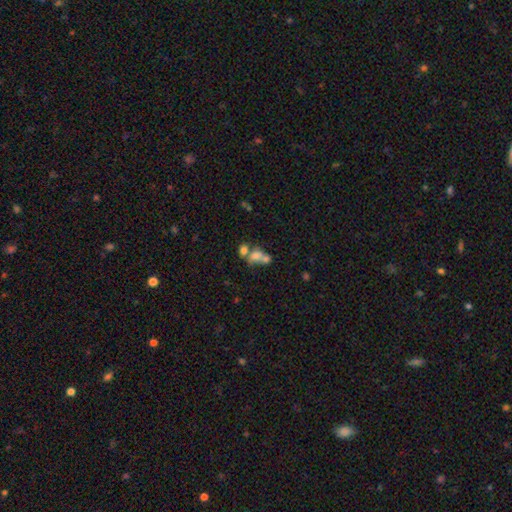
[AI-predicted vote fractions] This appears to be a smooth galaxy with no disk features (67%) that is in between round and cigar-shaped (71%). Merging: merger (59%).